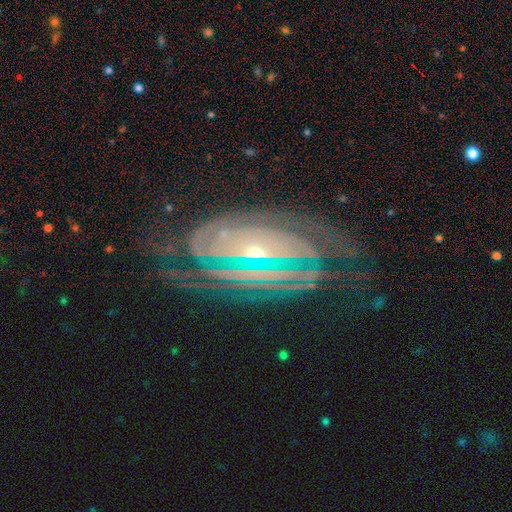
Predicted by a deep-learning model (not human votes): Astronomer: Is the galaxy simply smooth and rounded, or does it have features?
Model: featured or disk — 88%.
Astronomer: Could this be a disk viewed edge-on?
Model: no — 89%.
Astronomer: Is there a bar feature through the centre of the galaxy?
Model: no — 41% (runner-up: strong, 32%).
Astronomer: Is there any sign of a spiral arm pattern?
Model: yes — 96%.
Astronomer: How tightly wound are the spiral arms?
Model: tight — 76%.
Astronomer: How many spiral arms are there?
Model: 2 — 27%, tied with can't tell at 27%.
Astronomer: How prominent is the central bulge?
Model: small — 70%.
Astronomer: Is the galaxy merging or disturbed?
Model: none — 71%.